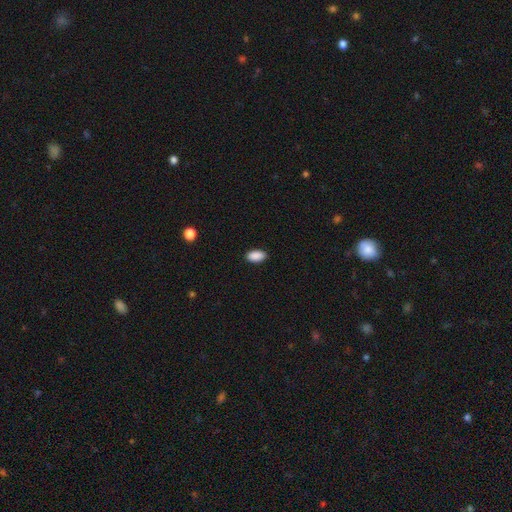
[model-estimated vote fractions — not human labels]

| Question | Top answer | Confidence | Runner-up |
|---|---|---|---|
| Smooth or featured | smooth | 90% | star or artifact (7%) |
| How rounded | in between | 94% | round (4%) |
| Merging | none | 89% | minor disturbance (9%) |